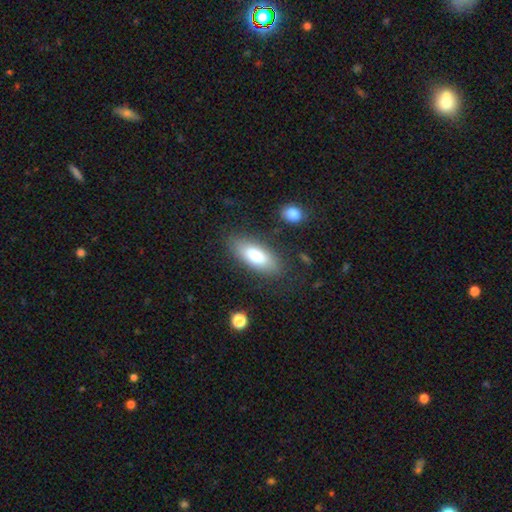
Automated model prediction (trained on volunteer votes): Morphology: type=smooth (79%); roundness=in between (79%); merging=none (80%).